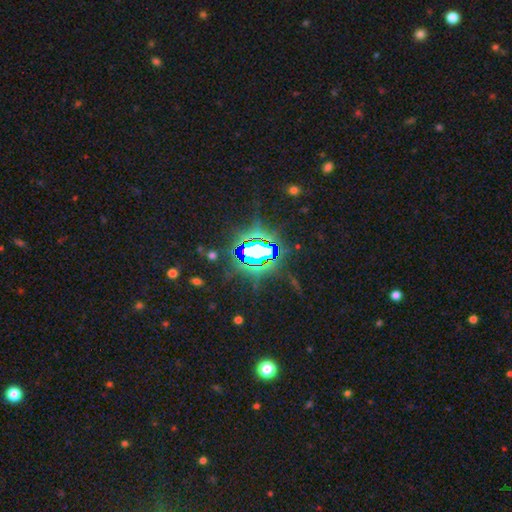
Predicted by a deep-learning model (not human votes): A star or artifact, not a galaxy (84%).

Vote fractions:
- Smooth or featured? star or artifact: 84% / smooth: 9% / featured or disk: 7%